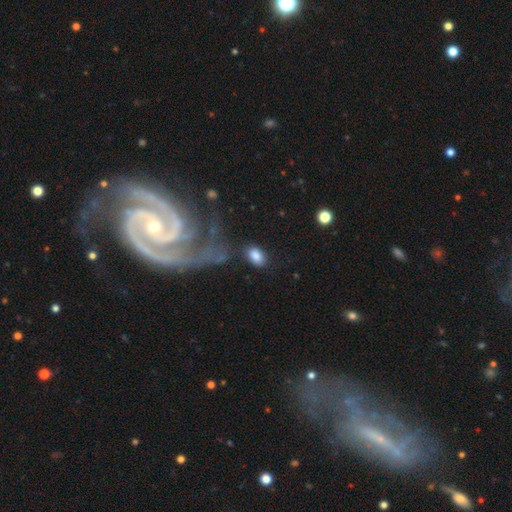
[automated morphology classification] This appears to be a smooth galaxy with no disk features (85%) that is in between round and cigar-shaped (89%). Merging: none (72%).